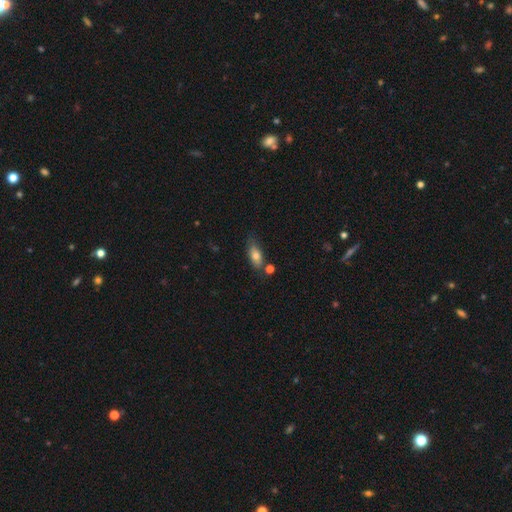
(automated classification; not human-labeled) smooth-or-featured: smooth: 75% | featured or disk: 17% | star or artifact: 8%
  how-rounded: in between: 81% | cigar-shaped: 14% | round: 5%
  merging: none: 60% | minor disturbance: 24% | merger: 10% | major disturbance: 6%